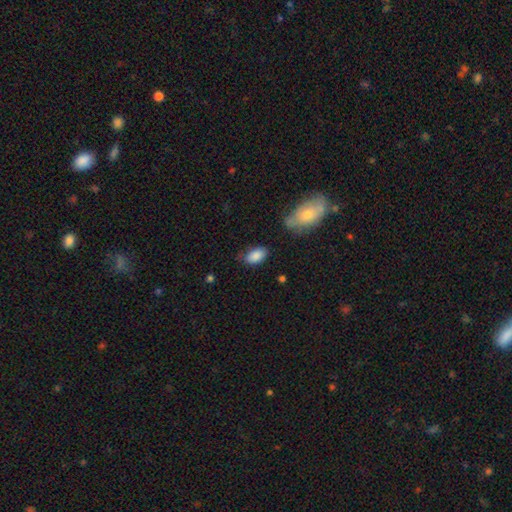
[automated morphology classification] Smooth or featured? smooth (86%)
How rounded? in between (93%)
Merging? none (72%)